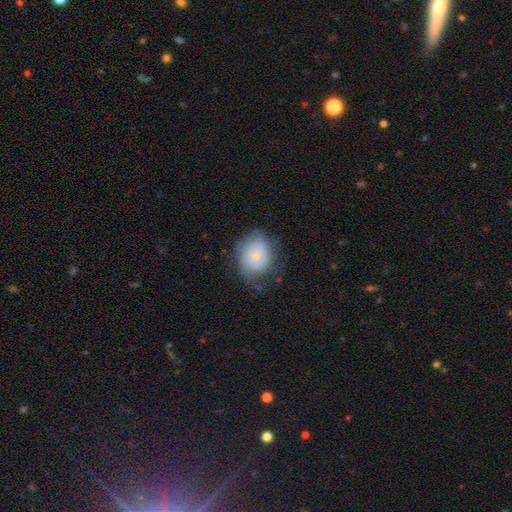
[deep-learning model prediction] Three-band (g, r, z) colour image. It shows a smooth galaxy with no disk features (54%) that is round (72%). Merging: none (54%).